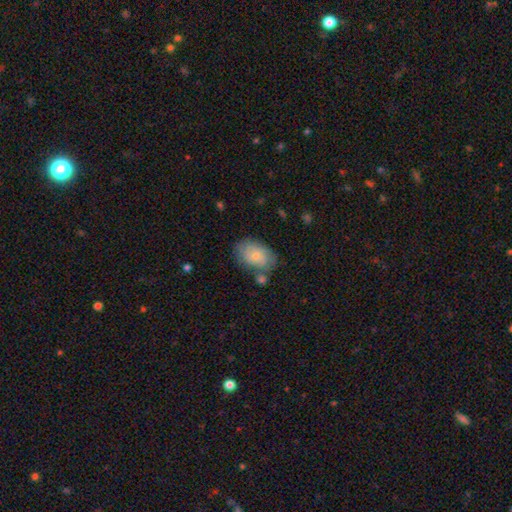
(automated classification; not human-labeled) smooth_or_featured: smooth (p=0.71) [alt: featured or disk p=0.23]
how_rounded: in between (p=0.88) [alt: round p=0.11]
merging: none (p=0.61) [alt: minor disturbance p=0.22]